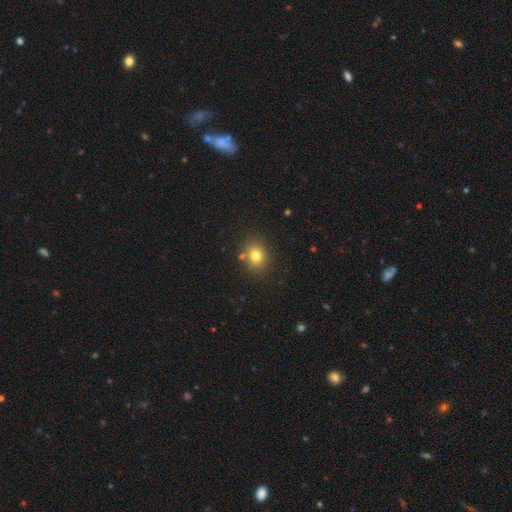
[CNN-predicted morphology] Smooth or featured? Predicted: smooth (p=0.78). How rounded? Predicted: round (p=0.64). Merging? Predicted: none (p=0.81).